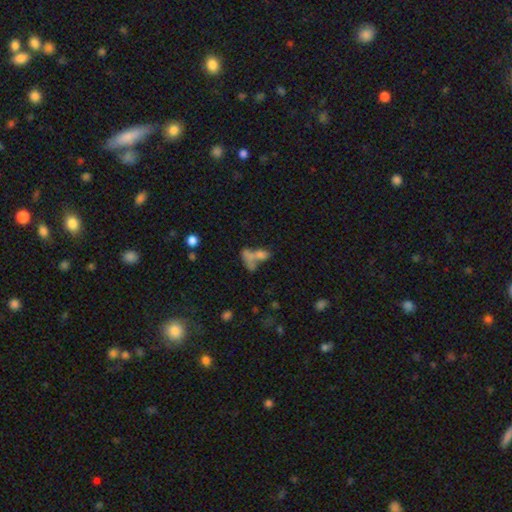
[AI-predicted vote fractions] Smooth or featured? smooth (62%)
How rounded? in between (72%)
Merging? merger (57%)